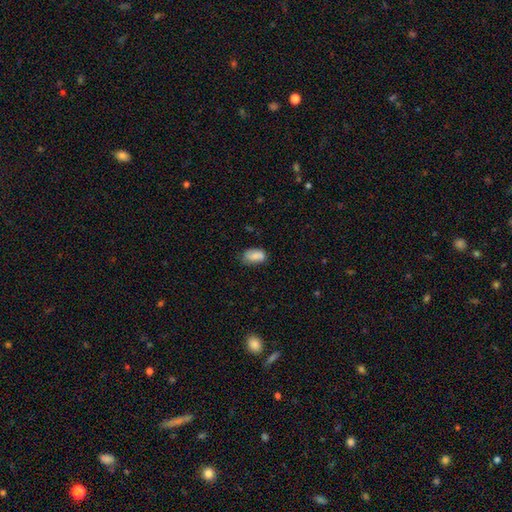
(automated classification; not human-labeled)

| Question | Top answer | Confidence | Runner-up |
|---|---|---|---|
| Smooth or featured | smooth | 81% | featured or disk (11%) |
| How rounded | in between | 90% | round (9%) |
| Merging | none | 59% | minor disturbance (28%) |